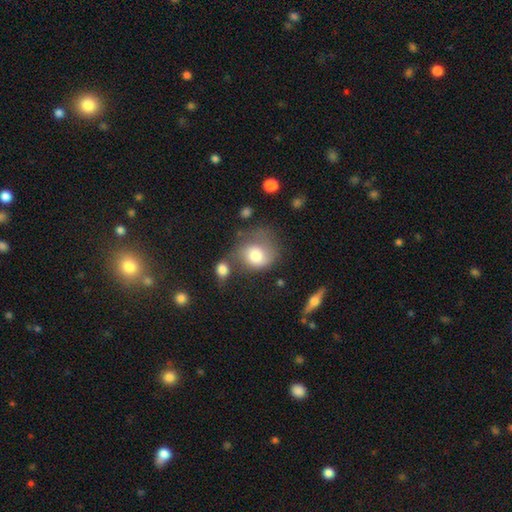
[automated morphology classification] Overall: smooth (64%; featured or disk 28%). How rounded: round (63%; in between 36%). Merging: none (33%; major disturbance 26%).